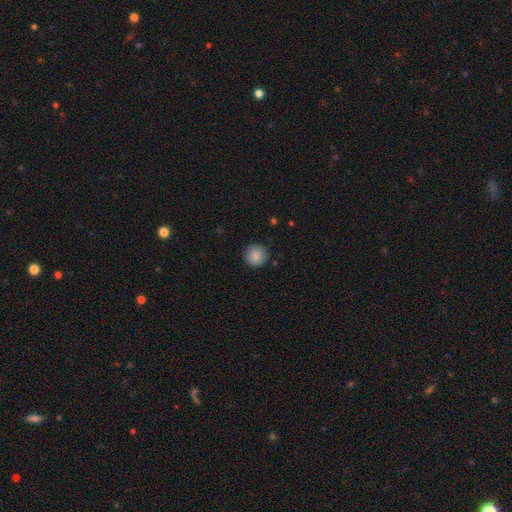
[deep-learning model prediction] Morphology: type=smooth (87%); roundness=round (95%); merging=none (91%).